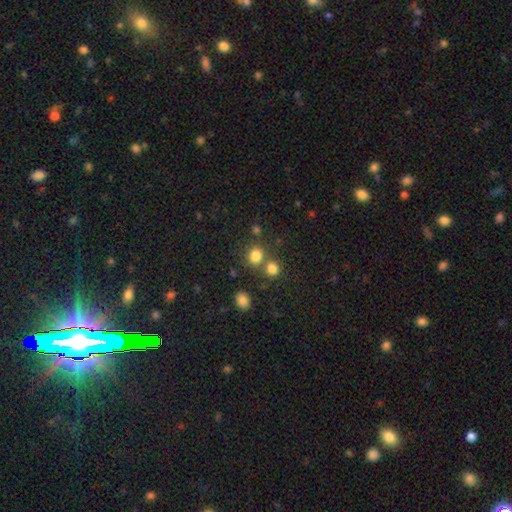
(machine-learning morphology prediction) A smooth galaxy with no disk features (81%) that is round (80%).

Vote fractions:
- Smooth or featured? smooth: 81% / star or artifact: 14% / featured or disk: 5%
- How rounded? round: 80% / in between: 19% / cigar-shaped: 1%
- Merging? none: 67% / merger: 22% / minor disturbance: 8% / major disturbance: 3%